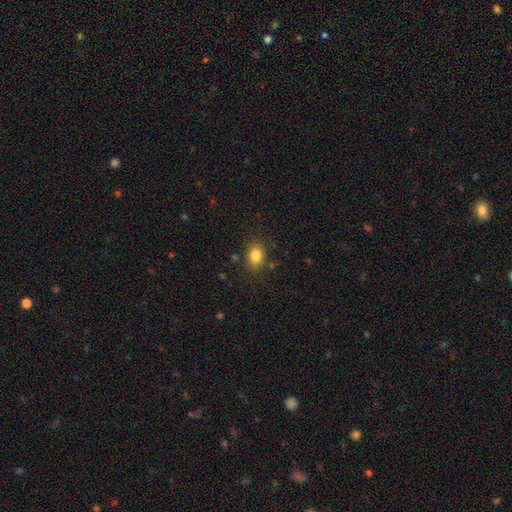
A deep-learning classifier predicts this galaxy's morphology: Q: Smooth or featured?
A: smooth (83%); runner-up: star or artifact (10%)
Q: How rounded?
A: in between (74%); runner-up: round (25%)
Q: Merging?
A: none (82%); runner-up: minor disturbance (12%)